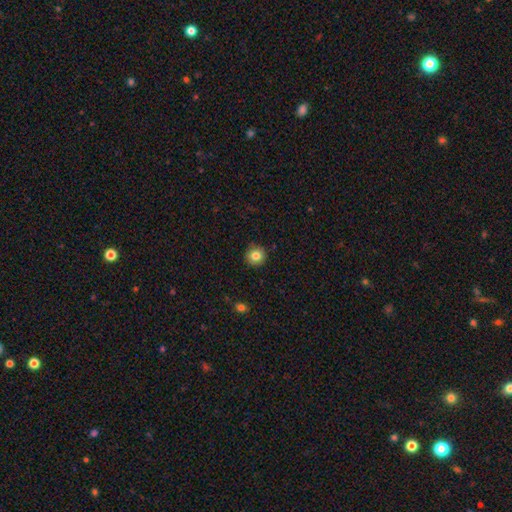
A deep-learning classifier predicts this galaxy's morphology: Smooth or featured? Predicted: smooth (p=0.82). How rounded? Predicted: round (p=0.94). Merging? Predicted: none (p=0.90).